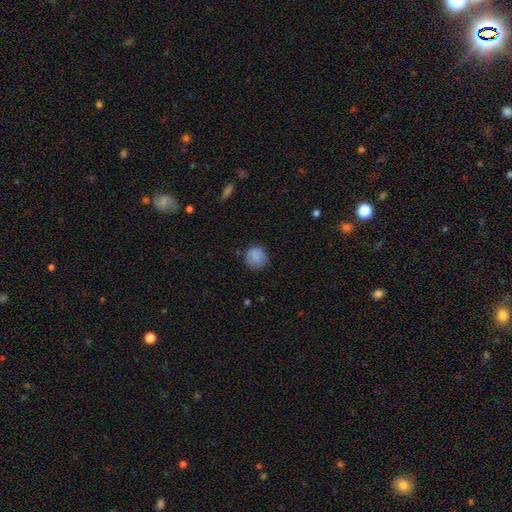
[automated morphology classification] This is clearly a smooth galaxy (85%). How rounded: clearly round (90%). Merging: clearly none (81%).